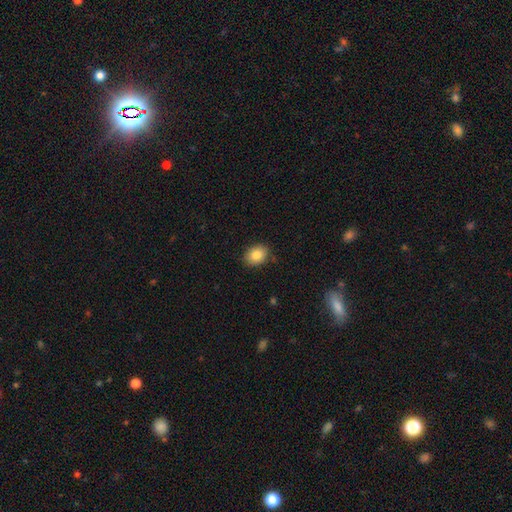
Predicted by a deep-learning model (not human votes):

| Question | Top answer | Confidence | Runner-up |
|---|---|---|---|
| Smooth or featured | smooth | 85% | star or artifact (8%) |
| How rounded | in between | 65% | round (34%) |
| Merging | none | 85% | minor disturbance (11%) |